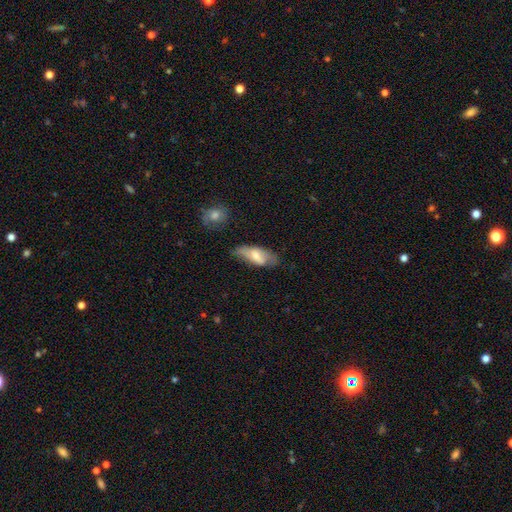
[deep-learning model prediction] This appears to be a smooth galaxy with no disk features (58%) that is in between round and cigar-shaped (76%). Merging: none (58%).